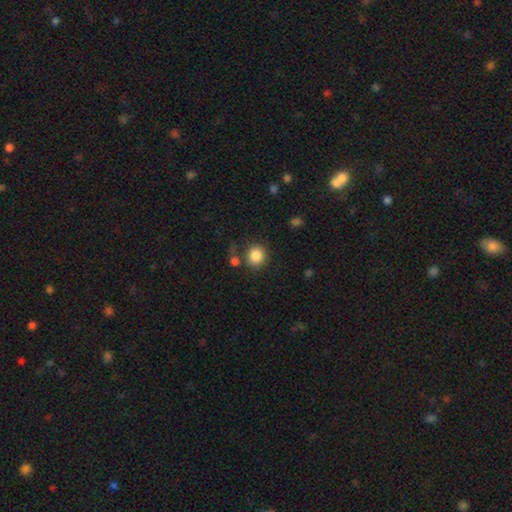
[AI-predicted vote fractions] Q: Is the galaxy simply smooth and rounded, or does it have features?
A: smooth — 86%.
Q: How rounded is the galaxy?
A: round — 84%.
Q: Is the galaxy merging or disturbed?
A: none — 73%.